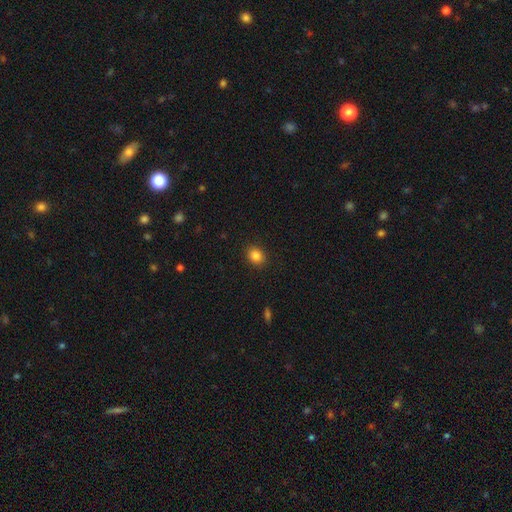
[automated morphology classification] smooth 85%, star or artifact 10%, featured or disk 5%. Down the decision tree: how rounded — round (58%); merging — none (90%).